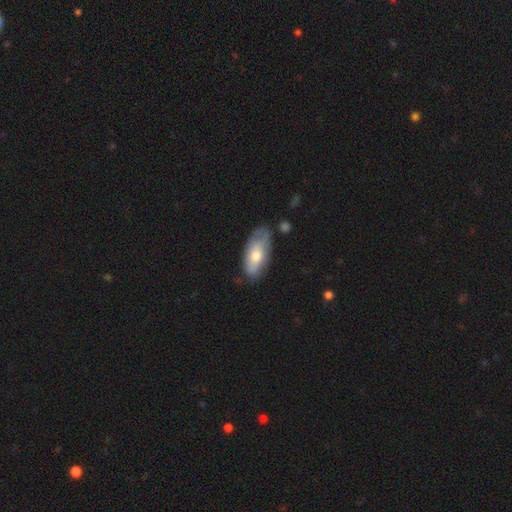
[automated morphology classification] type=smooth (64%); roundness=in between (87%); merging=none (63%).